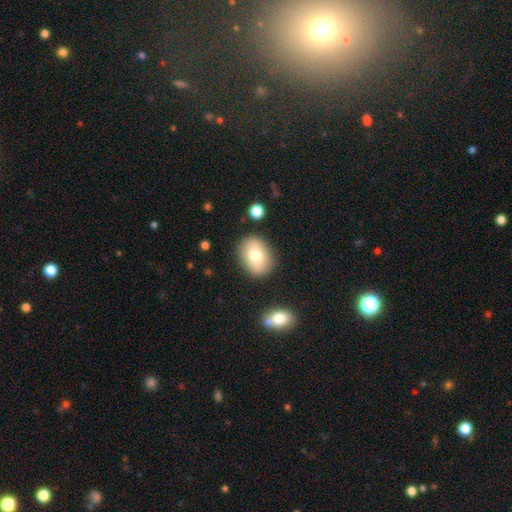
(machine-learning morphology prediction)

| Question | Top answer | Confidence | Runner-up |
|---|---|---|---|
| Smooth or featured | smooth | 77% | featured or disk (15%) |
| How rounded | in between | 71% | round (28%) |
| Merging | none | 84% | minor disturbance (10%) |